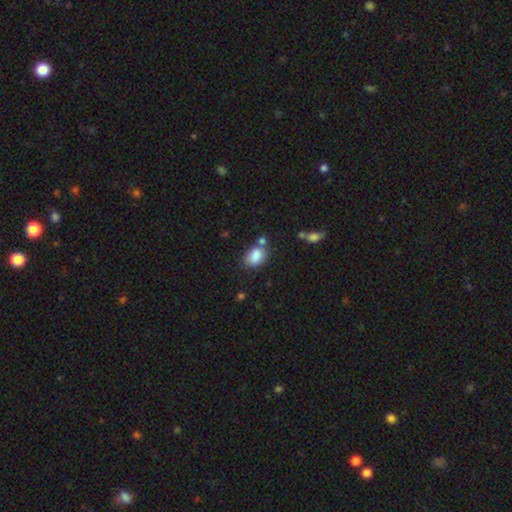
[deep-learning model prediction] Q: Smooth or featured?
A: smooth (86%); runner-up: star or artifact (8%)
Q: How rounded?
A: in between (76%); runner-up: round (23%)
Q: Merging?
A: none (59%); runner-up: minor disturbance (18%)